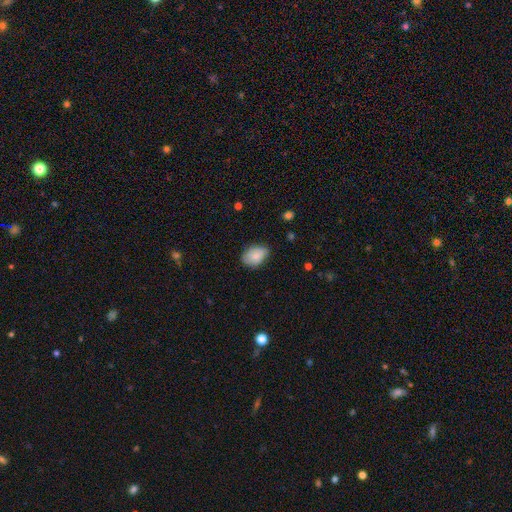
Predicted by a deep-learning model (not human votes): smooth_or_featured: smooth (p=0.75) [alt: featured or disk p=0.18]
how_rounded: in between (p=0.81) [alt: round p=0.18]
merging: none (p=0.67) [alt: minor disturbance p=0.27]